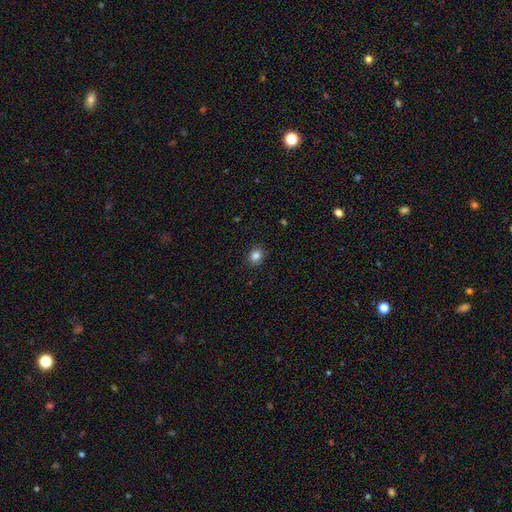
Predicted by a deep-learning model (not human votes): Smooth or featured?
  - smooth: 85% *
  - star or artifact: 11%
  - featured or disk: 4%
How rounded?
  - round: 65% *
  - in between: 34%
  - cigar-shaped: 1%
Merging?
  - none: 89% *
  - minor disturbance: 8%
  - major disturbance: 2%
  - merger: 1%